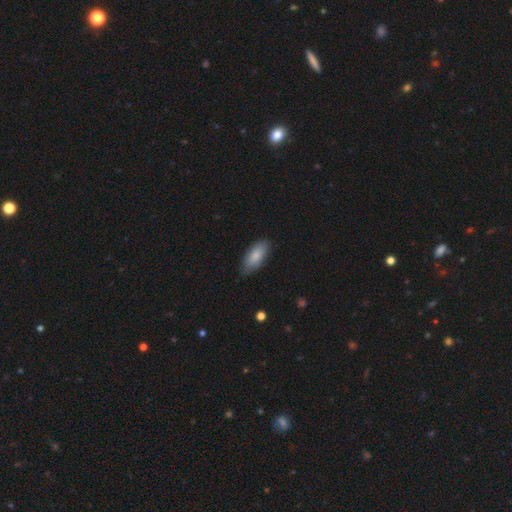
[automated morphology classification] smooth-or-featured: smooth: 84% | featured or disk: 11% | star or artifact: 6%
  how-rounded: in between: 84% | cigar-shaped: 14% | round: 2%
  merging: none: 77% | minor disturbance: 19% | major disturbance: 3% | merger: 1%